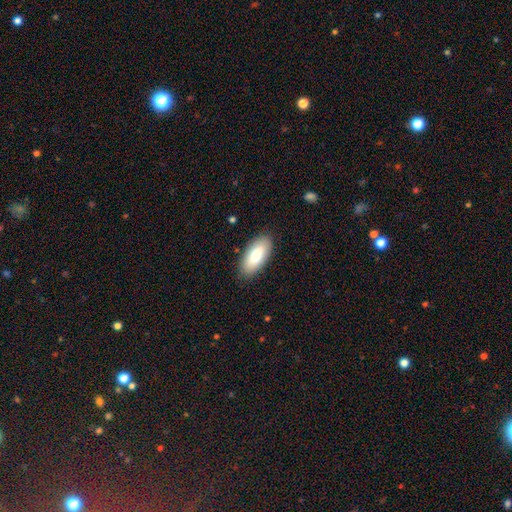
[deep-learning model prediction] smooth-or-featured: smooth: 78% | featured or disk: 16% | star or artifact: 6%
  how-rounded: in between: 90% | cigar-shaped: 8% | round: 2%
  merging: none: 87% | minor disturbance: 10% | major disturbance: 2% | merger: 1%